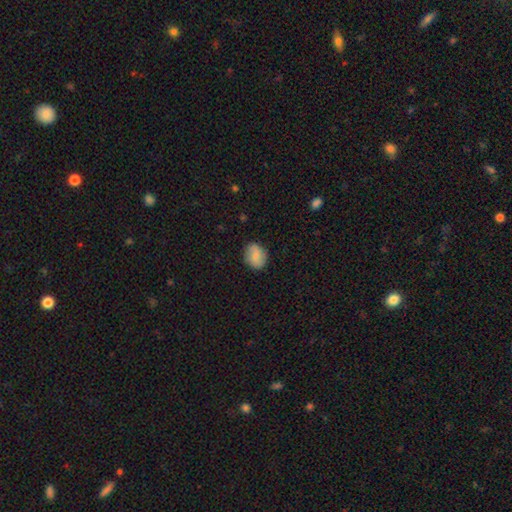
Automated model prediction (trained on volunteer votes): This is likely a smooth galaxy (72%). How rounded: possibly round (54%). Merging: clearly none (83%).